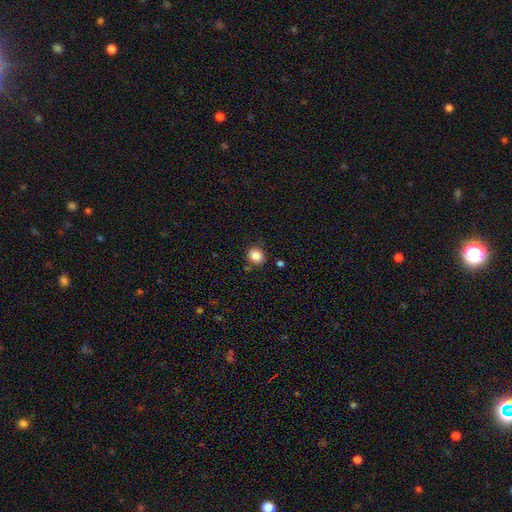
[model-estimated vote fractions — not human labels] smooth_or_featured: smooth (p=0.86) [alt: star or artifact p=0.10]
how_rounded: round (p=0.67) [alt: in between p=0.33]
merging: none (p=0.82) [alt: minor disturbance p=0.11]